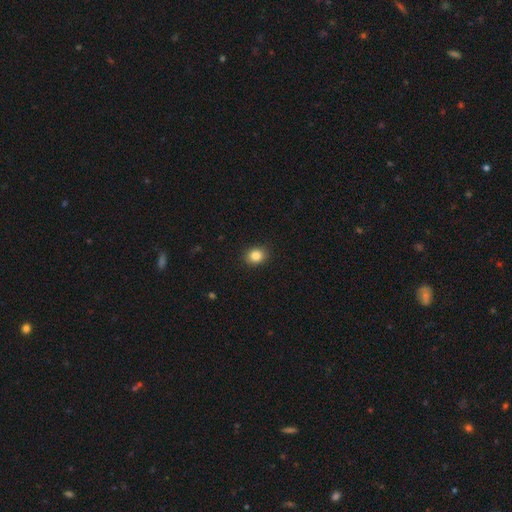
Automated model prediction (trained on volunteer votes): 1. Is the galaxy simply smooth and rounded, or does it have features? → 85% smooth, 10% star or artifact, 5% featured or disk.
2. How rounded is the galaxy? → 62% round, 37% in between, 1% cigar-shaped.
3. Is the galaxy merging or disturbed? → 90% none, 7% minor disturbance, 2% major disturbance, 1% merger.